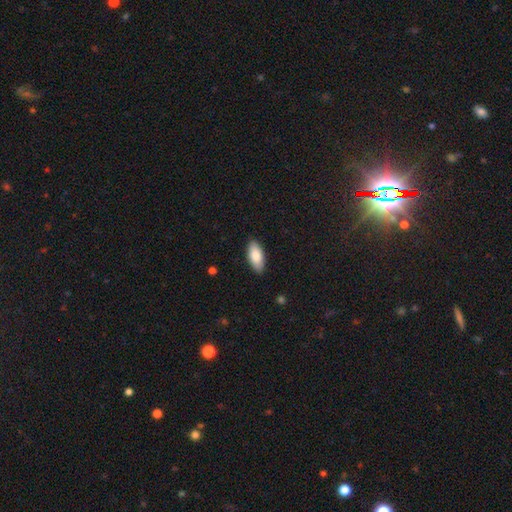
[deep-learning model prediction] Q: Smooth or featured?
A: smooth (84%); runner-up: featured or disk (10%)
Q: How rounded?
A: in between (89%); runner-up: cigar-shaped (9%)
Q: Merging?
A: none (87%); runner-up: minor disturbance (10%)